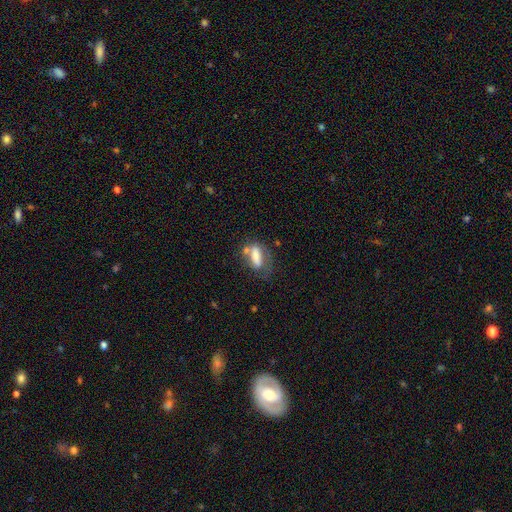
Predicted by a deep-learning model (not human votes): Overall: smooth (57%; featured or disk 34%). How rounded: in between (66%; cigar-shaped 28%). Merging: none (39%; minor disturbance 23%).